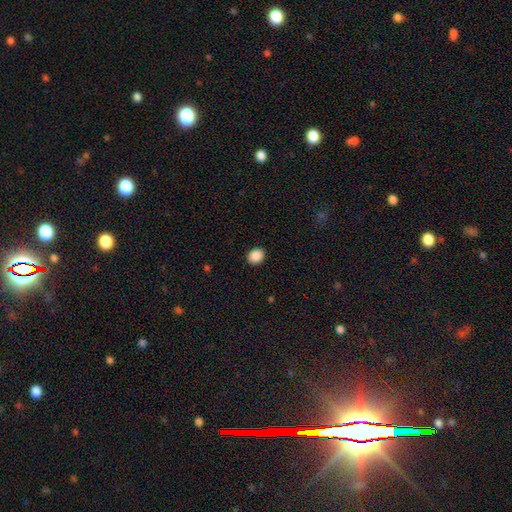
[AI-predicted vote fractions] smooth_or_featured: smooth (p=0.89) [alt: star or artifact p=0.08]
how_rounded: round (p=0.56) [alt: in between p=0.43]
merging: none (p=0.91) [alt: minor disturbance p=0.06]